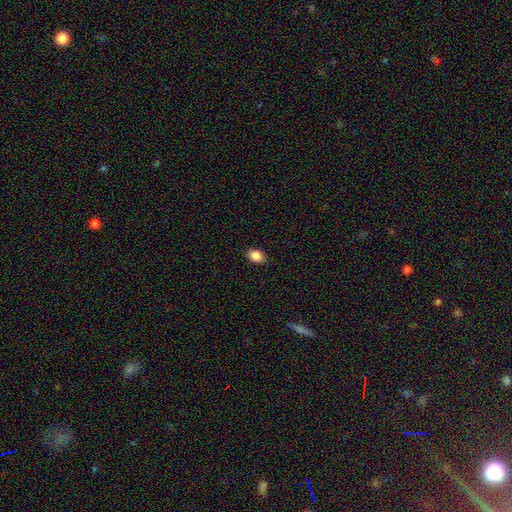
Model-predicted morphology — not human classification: This is clearly a smooth galaxy (87%). How rounded: likely in between (76%). Merging: clearly none (88%).